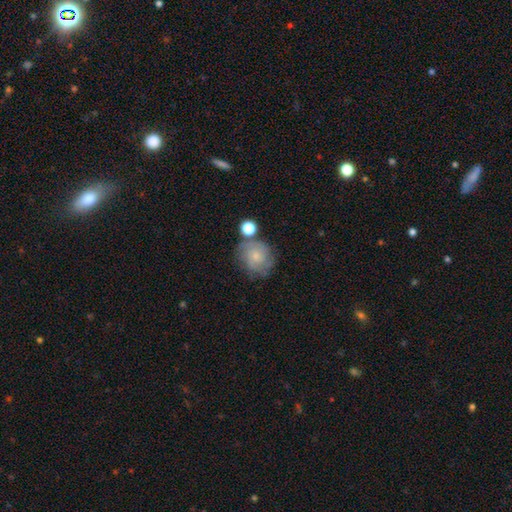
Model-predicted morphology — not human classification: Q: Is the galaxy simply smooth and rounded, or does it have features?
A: smooth — 45%, tied with featured or disk.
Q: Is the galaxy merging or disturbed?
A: none — 59%.